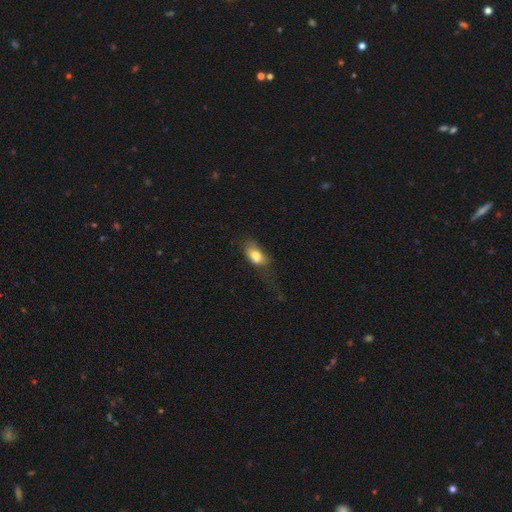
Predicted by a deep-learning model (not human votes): A smooth galaxy with no disk features (73%) that is in between round and cigar-shaped (86%). Merging: major disturbance (36%).